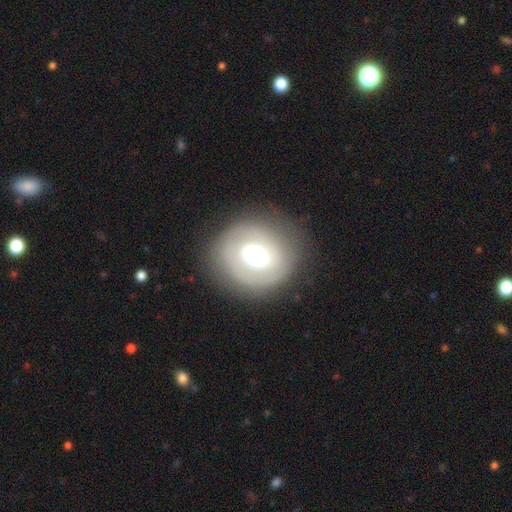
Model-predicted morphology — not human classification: Smooth or featured? Predicted: featured or disk (p=0.49). Merging? Predicted: none (p=0.76).